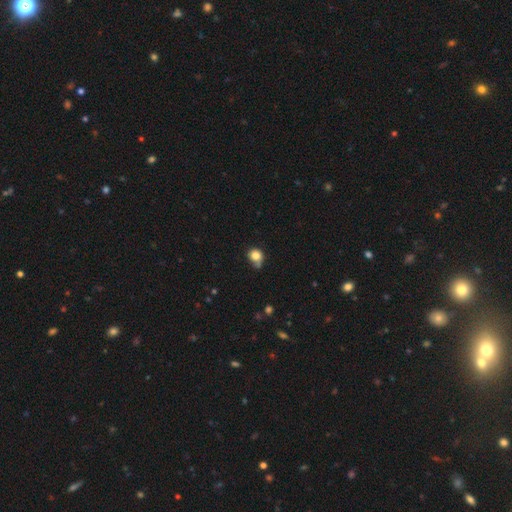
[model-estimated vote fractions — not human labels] Smooth or featured? smooth (81%)
How rounded? round (75%)
Merging? none (49%)